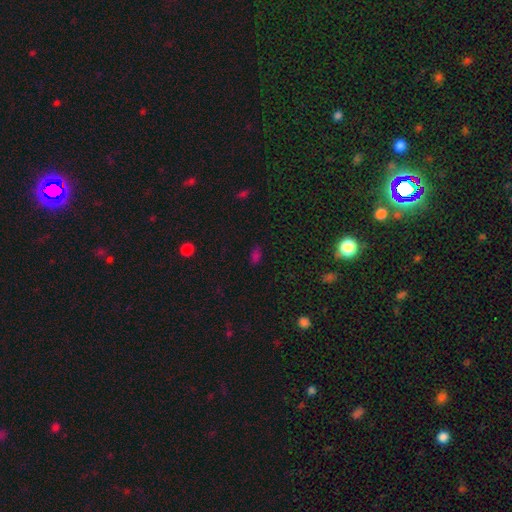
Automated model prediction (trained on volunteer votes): A smooth galaxy with no disk features (63%) that is in between round and cigar-shaped (87%).

Vote fractions:
- Smooth or featured? smooth: 63% / star or artifact: 31% / featured or disk: 6%
- How rounded? in between: 87% / round: 8% / cigar-shaped: 4%
- Merging? none: 74% / minor disturbance: 17% / major disturbance: 6% / merger: 3%